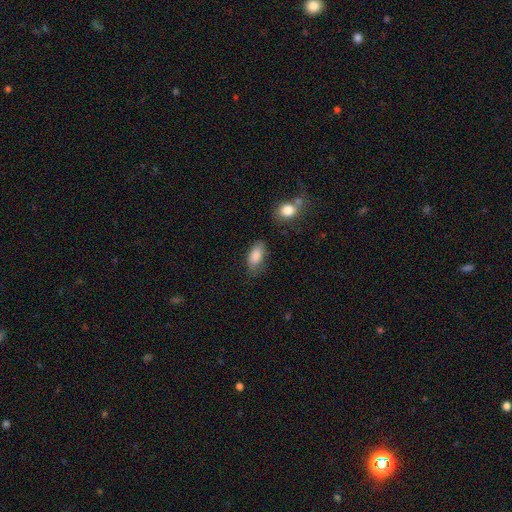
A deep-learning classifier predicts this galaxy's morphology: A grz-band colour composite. It shows a smooth galaxy with no disk features (86%) that is in between round and cigar-shaped (90%). Merging: none (70%).